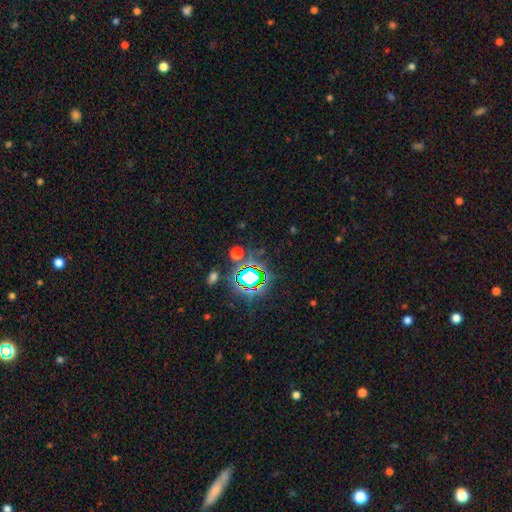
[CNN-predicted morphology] Smooth or featured? star or artifact (78%)